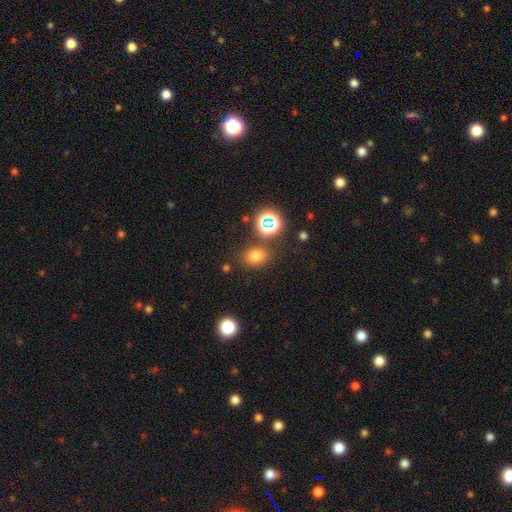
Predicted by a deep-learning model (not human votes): Q: Smooth or featured?
A: smooth (72%); runner-up: star or artifact (21%)
Q: How rounded?
A: round (54%); runner-up: in between (45%)
Q: Merging?
A: none (78%); runner-up: minor disturbance (11%)